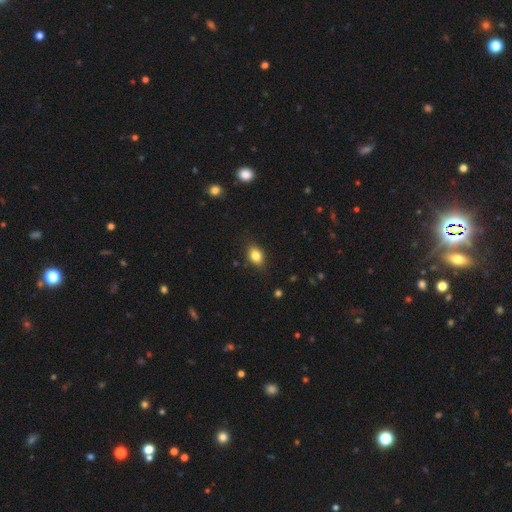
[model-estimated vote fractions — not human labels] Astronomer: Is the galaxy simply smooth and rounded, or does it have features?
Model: smooth — 84%.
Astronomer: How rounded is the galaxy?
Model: in between — 77%.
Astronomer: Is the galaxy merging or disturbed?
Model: none — 85%.